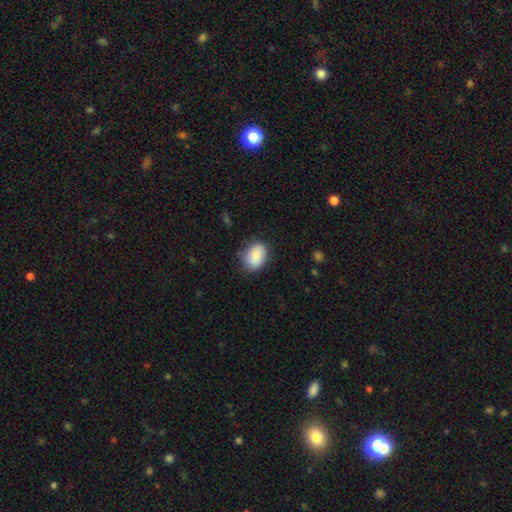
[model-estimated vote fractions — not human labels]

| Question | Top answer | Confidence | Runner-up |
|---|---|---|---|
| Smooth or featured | smooth | 79% | featured or disk (14%) |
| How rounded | in between | 65% | round (34%) |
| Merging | none | 75% | minor disturbance (19%) |